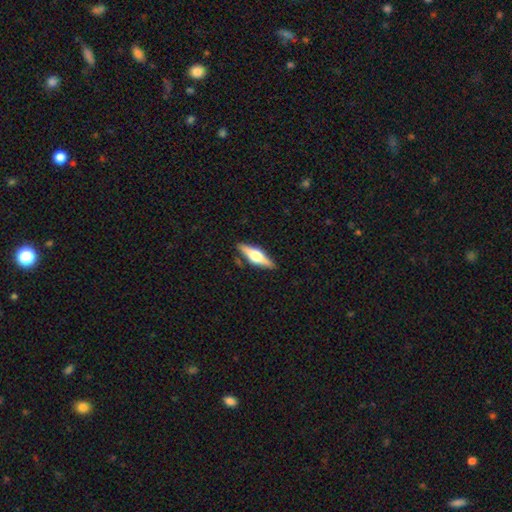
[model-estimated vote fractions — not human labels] Smooth or featured? featured or disk (60%)
Edge-on disk? yes (95%)
Edge-on bulge? rounded (93%)
Merging? none (87%)